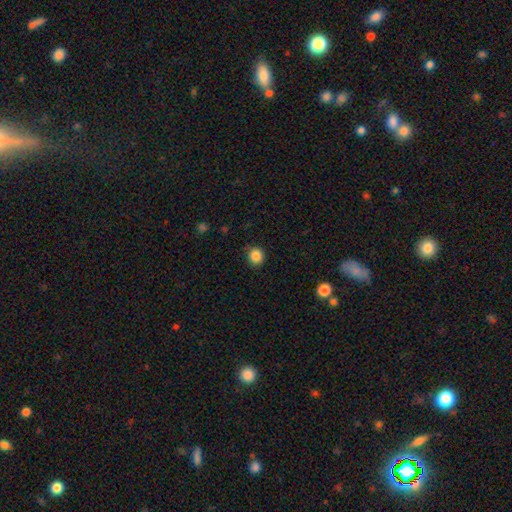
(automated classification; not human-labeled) Overall: smooth (86%). How rounded: round (89%). Merging: none (84%).